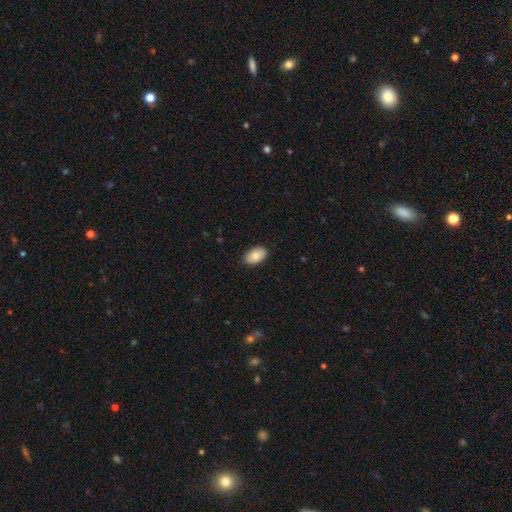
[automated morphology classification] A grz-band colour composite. It shows a smooth galaxy with no disk features (84%) that is in between round and cigar-shaped (93%). Merging: none (88%).